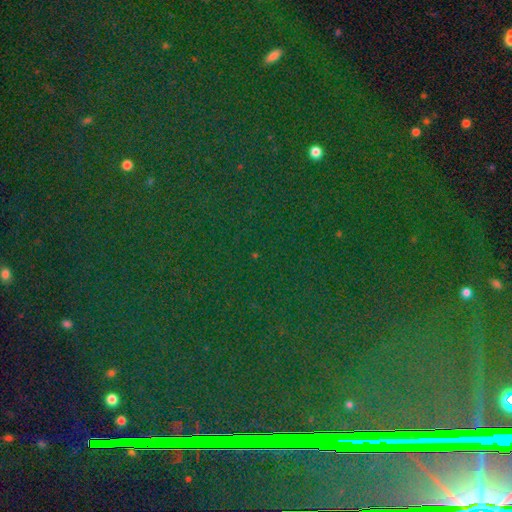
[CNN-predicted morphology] Smooth or featured? Predicted: star or artifact (p=0.81).